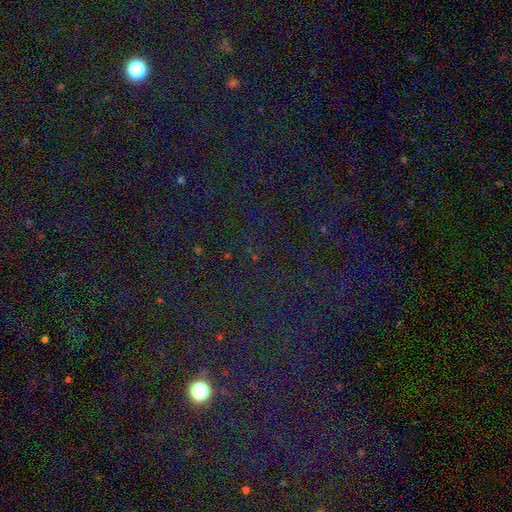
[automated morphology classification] A star or artifact, not a galaxy (80%).